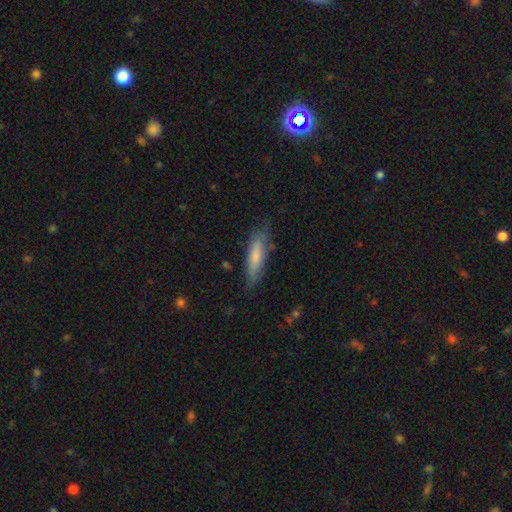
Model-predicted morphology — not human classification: This appears to be a smooth galaxy with no disk features (74%) that is cigar-shaped (67%). Merging: none (73%).